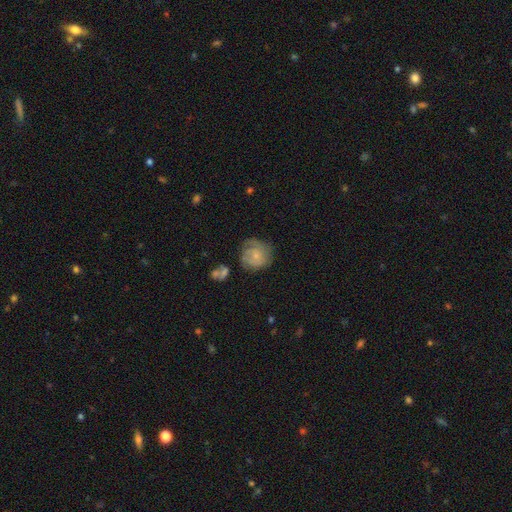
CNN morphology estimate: This appears to be a smooth galaxy with no disk features (48%). Merging: none (58%).